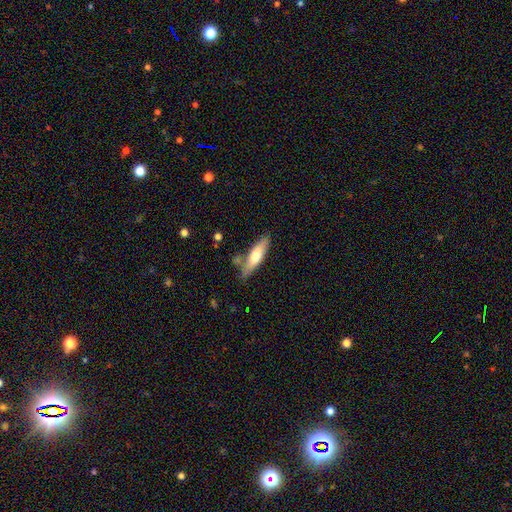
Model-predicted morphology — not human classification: Smooth or featured? smooth (61%)
How rounded? cigar-shaped (67%)
Merging? none (72%)